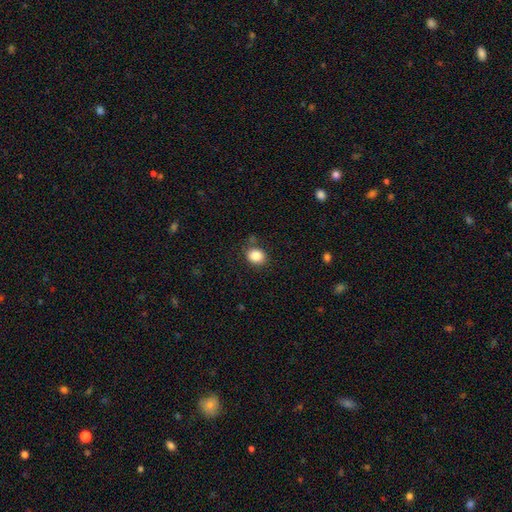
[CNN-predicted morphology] The model was most divided on "how rounded": round: 56%, in between: 43%, cigar-shaped: 1%. More confident: smooth or featured — smooth (85%); merging — none (79%).